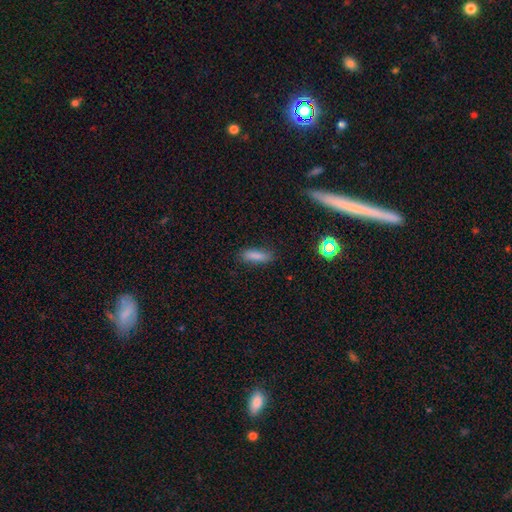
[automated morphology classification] Smooth or featured? smooth (83%)
How rounded? cigar-shaped (51%)
Merging? none (78%)